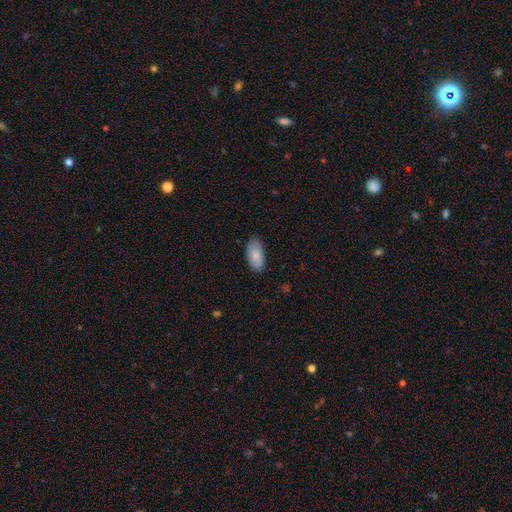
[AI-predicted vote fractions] A smooth galaxy with no disk features (86%) that is in between round and cigar-shaped (94%). Merging: none (80%).